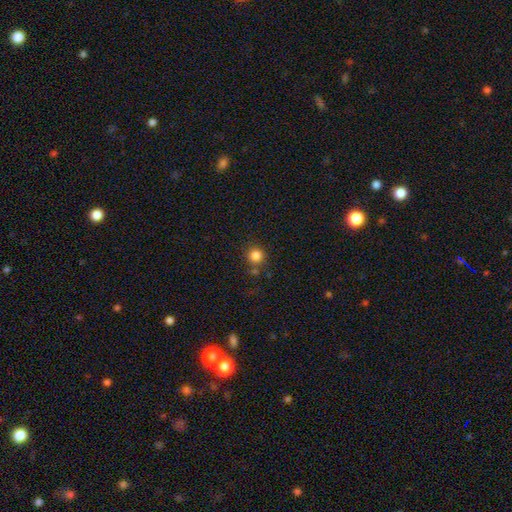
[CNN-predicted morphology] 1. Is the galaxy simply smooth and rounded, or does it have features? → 83% smooth, 12% star or artifact, 5% featured or disk.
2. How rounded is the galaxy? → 91% round, 8% in between, 1% cigar-shaped.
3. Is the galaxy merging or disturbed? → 75% none, 11% minor disturbance, 10% merger, 4% major disturbance.